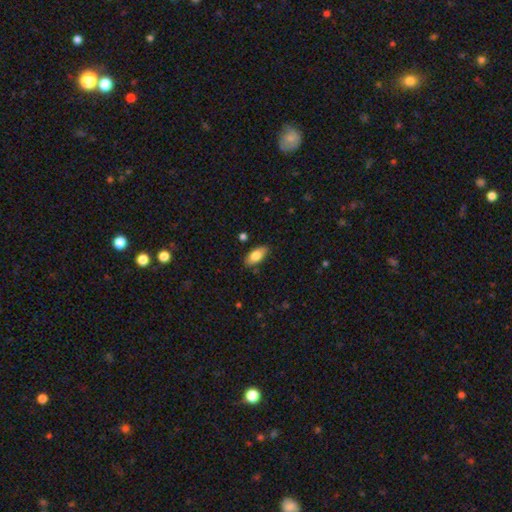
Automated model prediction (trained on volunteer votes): A smooth galaxy with no disk features (80%) that is in between round and cigar-shaped (89%). Merging: none (83%).